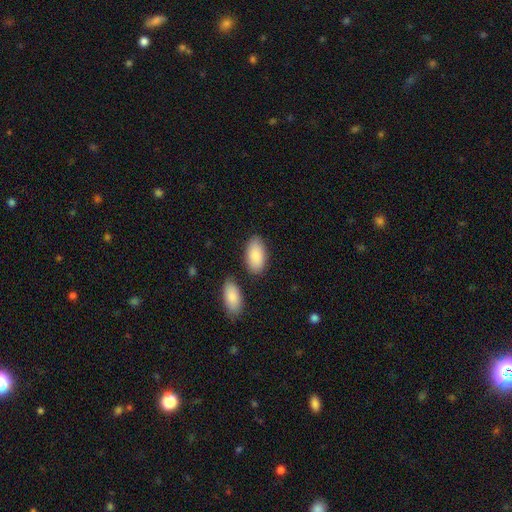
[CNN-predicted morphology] Smooth or featured? smooth (88%)
How rounded? in between (95%)
Merging? none (77%)